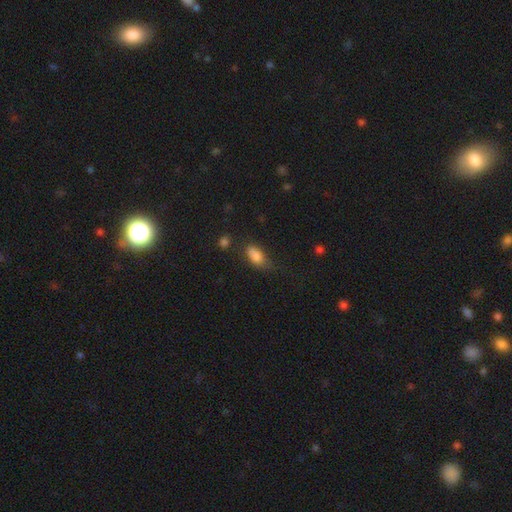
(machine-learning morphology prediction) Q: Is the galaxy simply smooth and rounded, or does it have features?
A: smooth — 80%.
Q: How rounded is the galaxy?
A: in between — 85%.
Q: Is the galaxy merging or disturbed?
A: none — 43%.